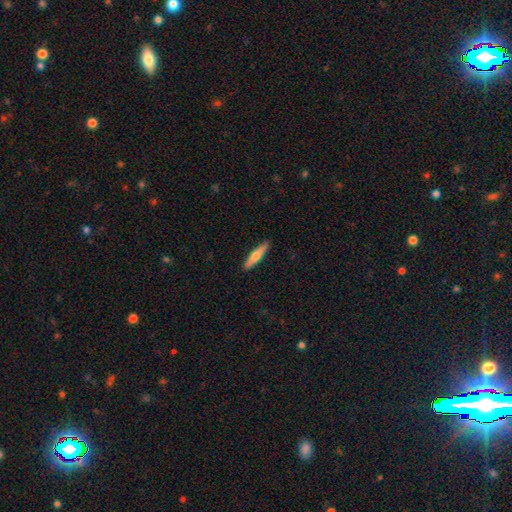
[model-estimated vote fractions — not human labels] A smooth galaxy with no disk features (58%) that is cigar-shaped (83%). Merging: none (91%).